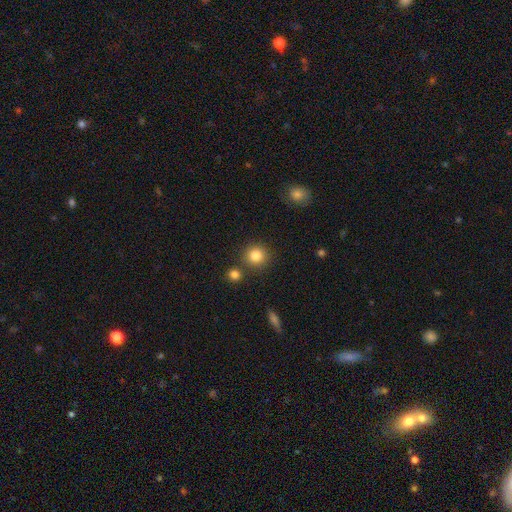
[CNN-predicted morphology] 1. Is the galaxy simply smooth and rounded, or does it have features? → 84% smooth, 10% star or artifact, 5% featured or disk.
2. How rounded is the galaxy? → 91% round, 8% in between, 1% cigar-shaped.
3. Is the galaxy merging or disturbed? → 83% none, 7% minor disturbance, 7% merger, 3% major disturbance.